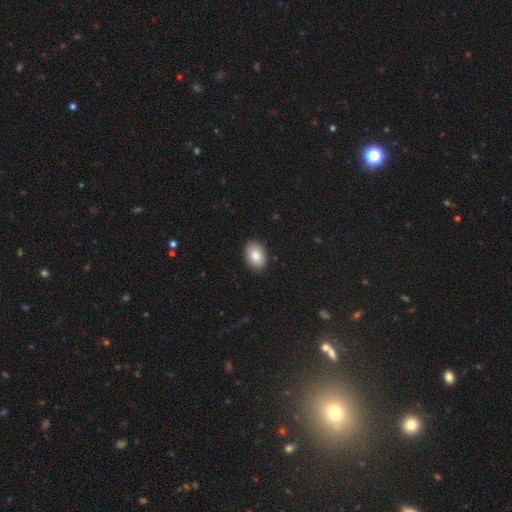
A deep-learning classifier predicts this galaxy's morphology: This is clearly a smooth galaxy (84%). How rounded: clearly in between (84%). Merging: clearly none (88%).